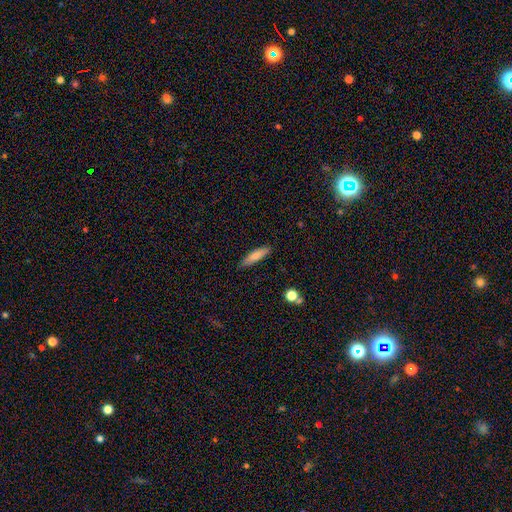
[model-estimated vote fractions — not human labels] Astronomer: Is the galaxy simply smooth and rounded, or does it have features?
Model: smooth — 78%.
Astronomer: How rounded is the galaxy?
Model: cigar-shaped — 72%.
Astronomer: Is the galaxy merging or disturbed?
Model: none — 86%.